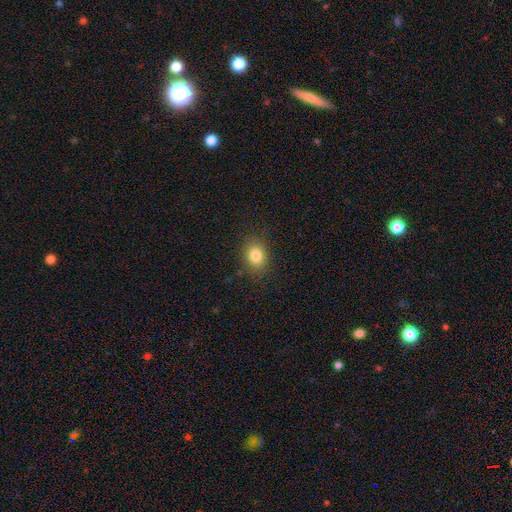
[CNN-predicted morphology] smooth-or-featured: smooth: 81% | star or artifact: 11% | featured or disk: 7%
  how-rounded: round: 55% | in between: 44% | cigar-shaped: 1%
  merging: none: 84% | minor disturbance: 11% | major disturbance: 3% | merger: 1%